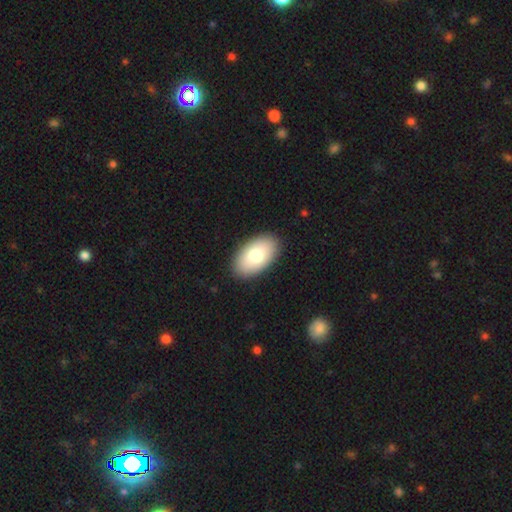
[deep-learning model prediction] smooth-or-featured: smooth: 78% | featured or disk: 16% | star or artifact: 6%
  how-rounded: in between: 95% | round: 3% | cigar-shaped: 1%
  merging: none: 90% | minor disturbance: 7% | major disturbance: 2% | merger: 1%